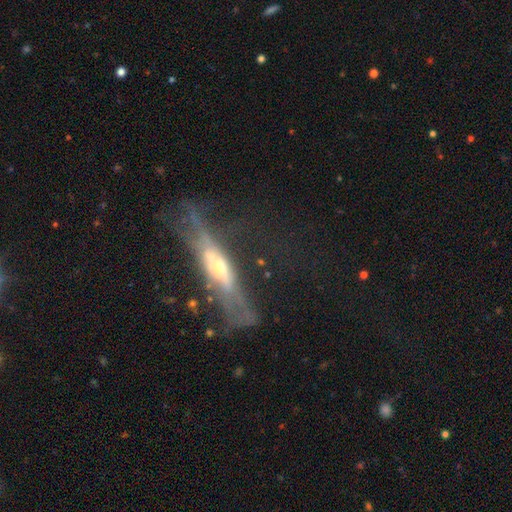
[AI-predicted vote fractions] smooth_or_featured: featured or disk (p=0.70) [alt: smooth p=0.20]
disk_edge_on: yes (p=0.72) [alt: no p=0.28]
edge_on_bulge: rounded (p=0.65) [alt: none p=0.21]
merging: none (p=0.52) [alt: minor disturbance p=0.24]